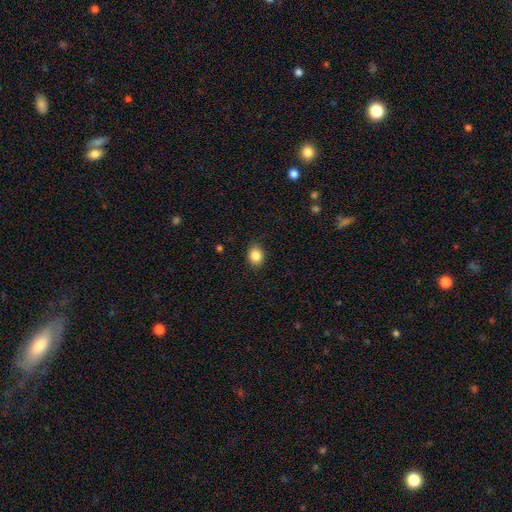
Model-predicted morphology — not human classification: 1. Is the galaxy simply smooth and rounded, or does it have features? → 87% smooth, 9% star or artifact, 4% featured or disk.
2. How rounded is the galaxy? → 54% round, 45% in between, 1% cigar-shaped.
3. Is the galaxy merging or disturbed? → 87% none, 10% minor disturbance, 2% major disturbance, 1% merger.